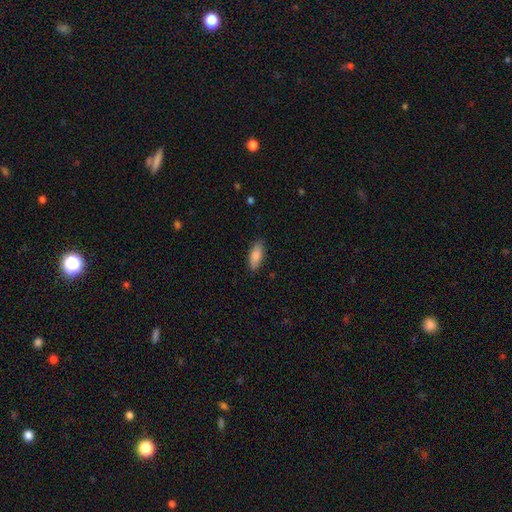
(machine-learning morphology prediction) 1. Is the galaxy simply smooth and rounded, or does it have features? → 87% smooth, 8% featured or disk, 6% star or artifact.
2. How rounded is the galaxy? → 80% in between, 18% cigar-shaped, 2% round.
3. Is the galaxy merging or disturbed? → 84% none, 12% minor disturbance, 2% major disturbance, 1% merger.